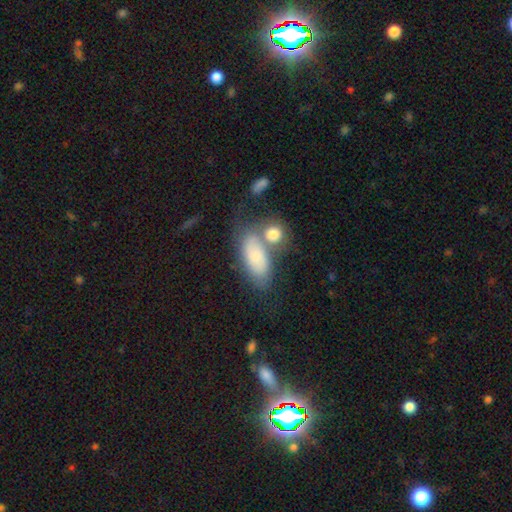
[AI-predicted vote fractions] Morphology: type=smooth (72%); roundness=in between (82%); merging=none (40%).